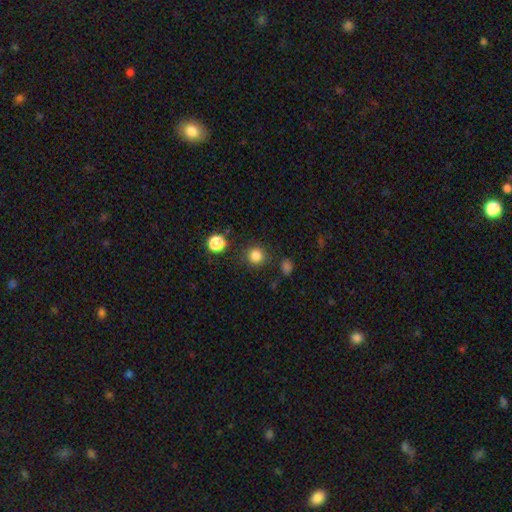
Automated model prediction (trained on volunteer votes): A smooth galaxy with no disk features (83%) that is round (93%). Merging: none (87%).